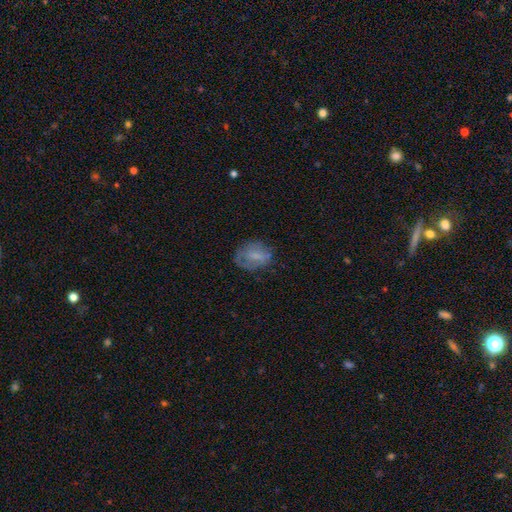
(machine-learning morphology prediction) type=smooth (55%); roundness=in between (57%); merging=none (55%).